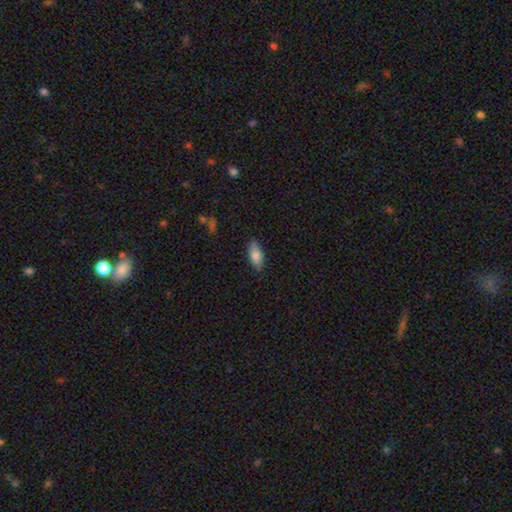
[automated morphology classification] Smooth or featured?
  - smooth: 80% *
  - featured or disk: 14%
  - star or artifact: 7%
How rounded?
  - in between: 82% *
  - cigar-shaped: 16%
  - round: 3%
Merging?
  - none: 83% *
  - minor disturbance: 14%
  - major disturbance: 2%
  - merger: 1%